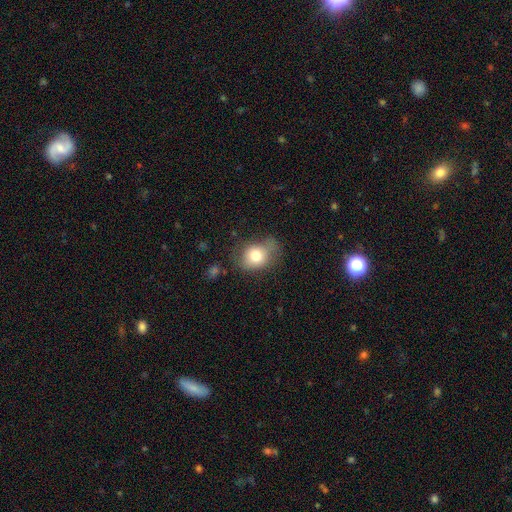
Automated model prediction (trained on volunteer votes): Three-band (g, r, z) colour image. It shows a smooth galaxy with no disk features (74%) that is in between round and cigar-shaped (54%). Merging: none (49%).